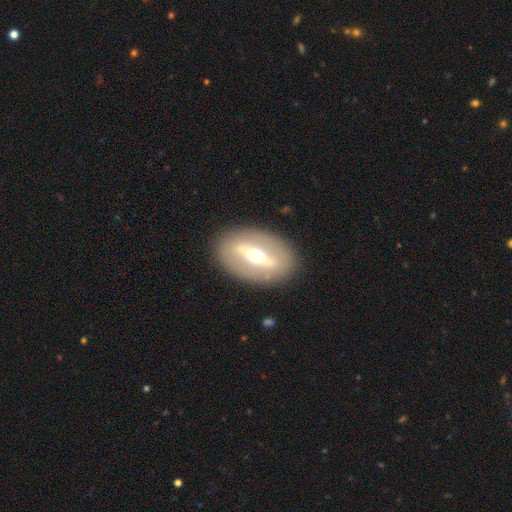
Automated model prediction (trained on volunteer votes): This is likely a featured or disk galaxy (69%). It is likely not viewed edge-on (71%). Merging: clearly none (87%).